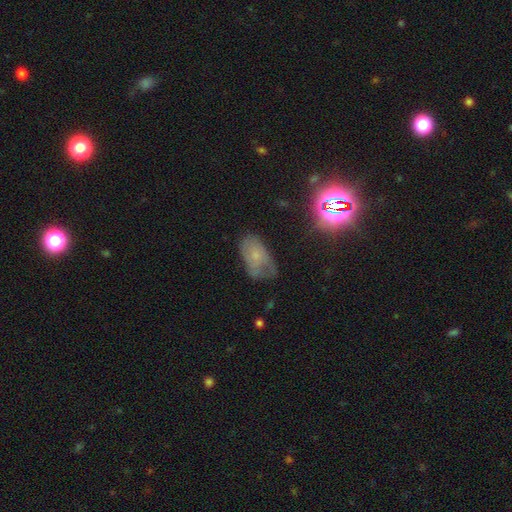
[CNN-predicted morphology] Smooth or featured: smooth — 55% (featured or disk — 27%)
How rounded: in between — 91% (round — 7%)
Merging: none — 45% (minor disturbance — 35%)